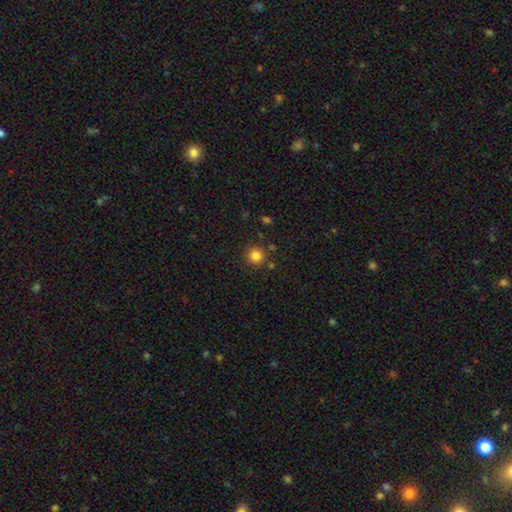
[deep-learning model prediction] This appears to be a smooth galaxy with no disk features (83%) that is round (94%). Merging: none (87%).